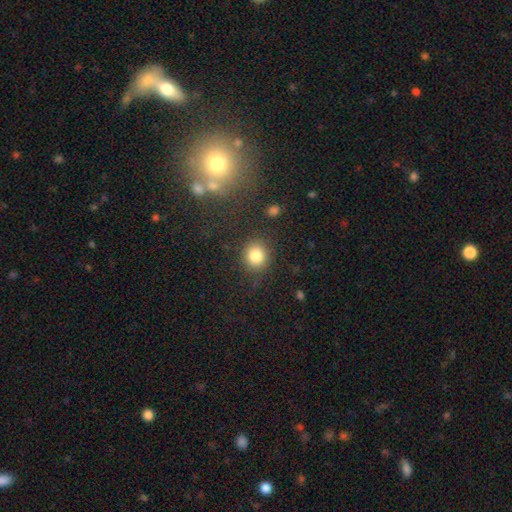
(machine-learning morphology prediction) This appears to be a smooth galaxy with no disk features (84%) that is round (82%). Merging: none (83%).